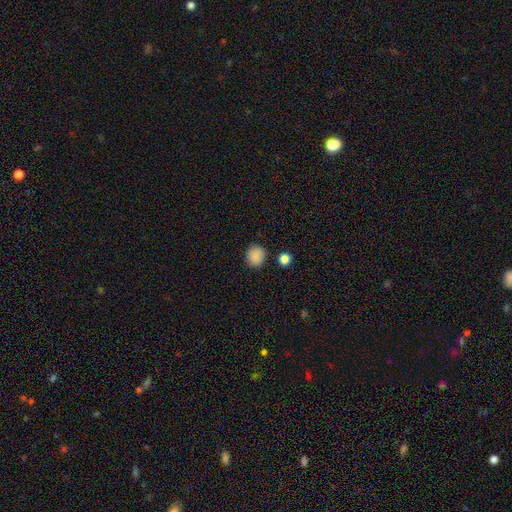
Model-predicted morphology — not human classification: Smooth or featured: smooth — 87% (star or artifact — 9%)
How rounded: round — 87% (in between — 12%)
Merging: none — 86% (minor disturbance — 8%)